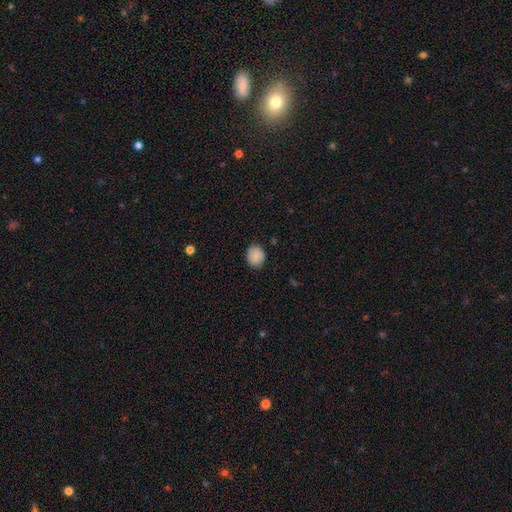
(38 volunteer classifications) Smooth or featured? 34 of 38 (89%) said smooth. How rounded? 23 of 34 (68%) said round. Merging? 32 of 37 (86%) said none.